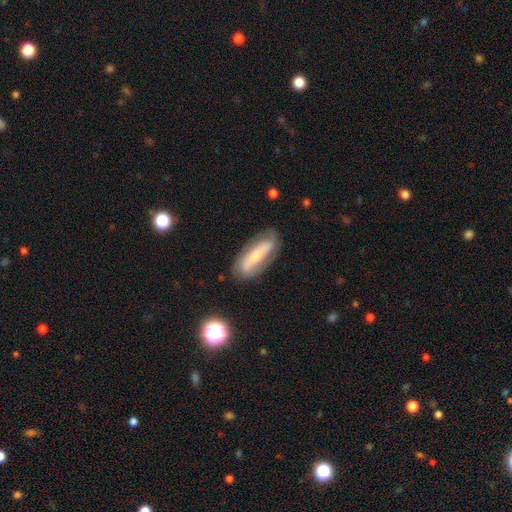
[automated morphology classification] featured or disk 63%, smooth 30%, star or artifact 7%. Down the decision tree: edge-on disk — no (79%); merging — none (77%).